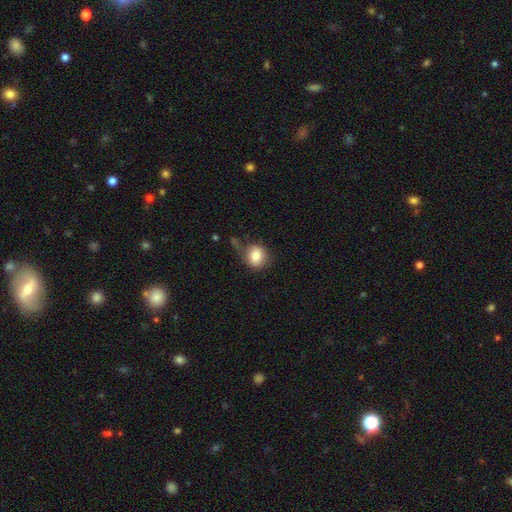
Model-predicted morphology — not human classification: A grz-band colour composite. It shows a smooth galaxy with no disk features (82%) that is round (69%). Merging: none (52%).